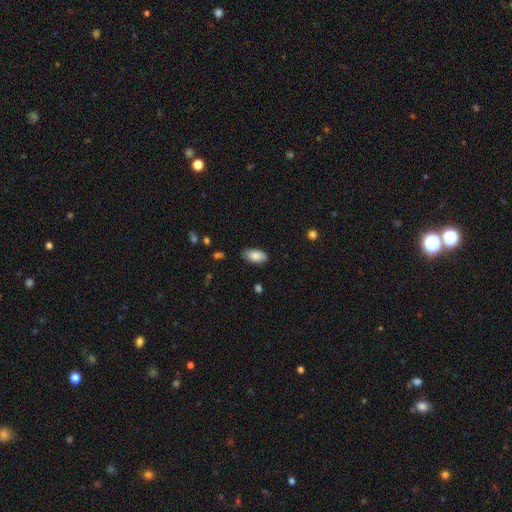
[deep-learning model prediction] Morphology: type=smooth (84%); roundness=in between (94%); merging=none (79%).